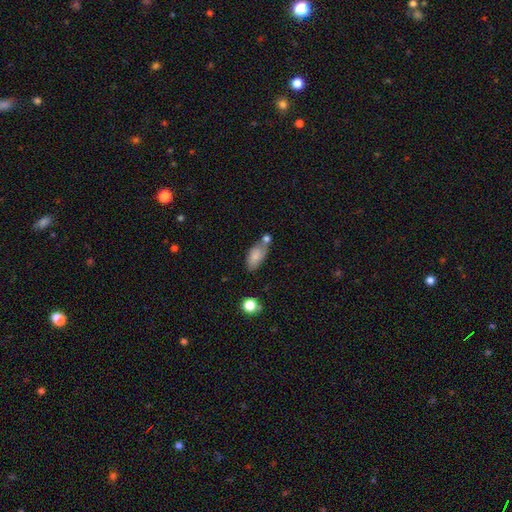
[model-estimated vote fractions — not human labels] Smooth or featured: smooth — 78% (featured or disk — 14%)
How rounded: in between — 88% (cigar-shaped — 8%)
Merging: none — 44% (merger — 26%)